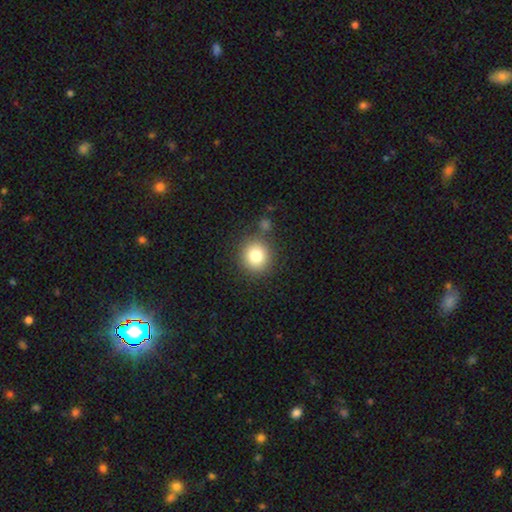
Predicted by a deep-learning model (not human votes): Smooth or featured? smooth (80%)
How rounded? round (90%)
Merging? none (81%)